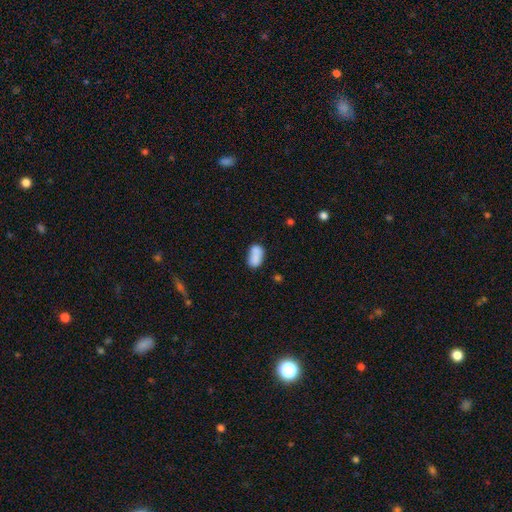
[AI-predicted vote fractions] A smooth galaxy with no disk features (77%) that is in between round and cigar-shaped (86%). Merging: merger (39%).